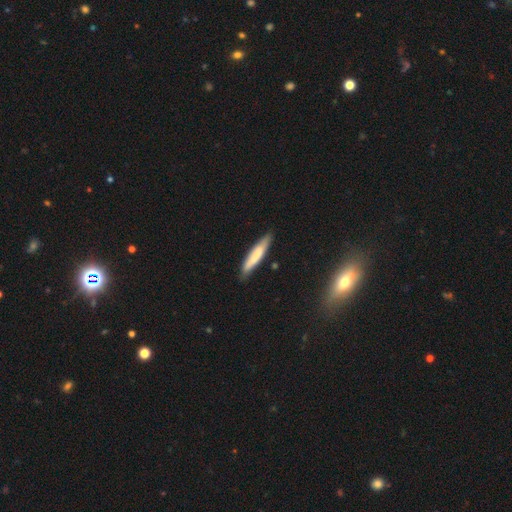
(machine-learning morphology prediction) Smooth or featured?
  - smooth: 70% *
  - featured or disk: 25%
  - star or artifact: 5%
How rounded?
  - cigar-shaped: 89% *
  - in between: 10%
  - round: 1%
Merging?
  - none: 81% *
  - minor disturbance: 15%
  - major disturbance: 2%
  - merger: 2%